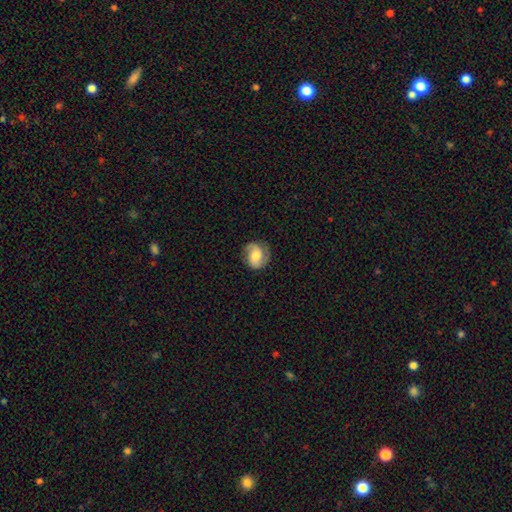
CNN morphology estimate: Smooth or featured: featured or disk — 62% (smooth — 31%)
Edge-on disk: no — 97% (yes — 3%)
Bar: no — 51% (weak — 38%)
Spiral arms: yes — 92% (no — 8%)
Spiral winding: medium — 45% (tight — 29%)
Spiral arm count: 2 — 82% (1 — 8%)
Bulge size: moderate — 55% (small — 20%)
Merging: none — 75% (minor disturbance — 17%)